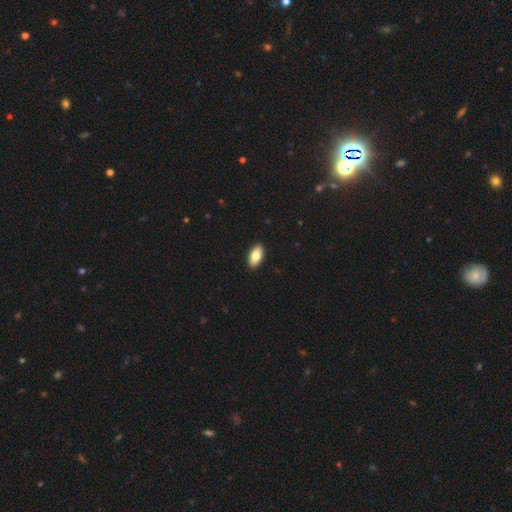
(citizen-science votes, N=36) Volunteers were most divided on "smooth or featured": smooth: 81%, featured or disk: 11%, star or artifact: 8%. More confident: merging — none (91%); how rounded — in between (90%).